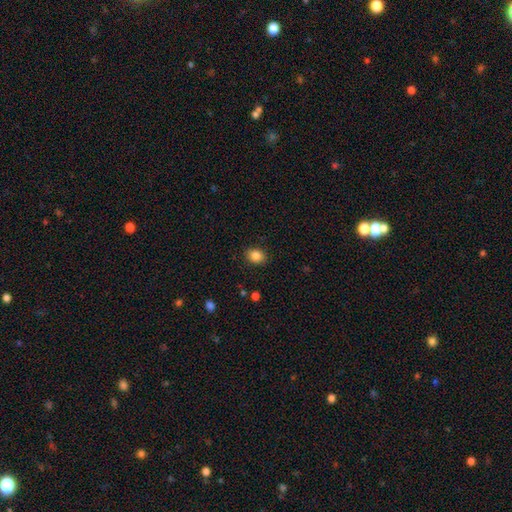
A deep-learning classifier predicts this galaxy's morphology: type=smooth (85%); roundness=in between (53%); merging=none (89%).